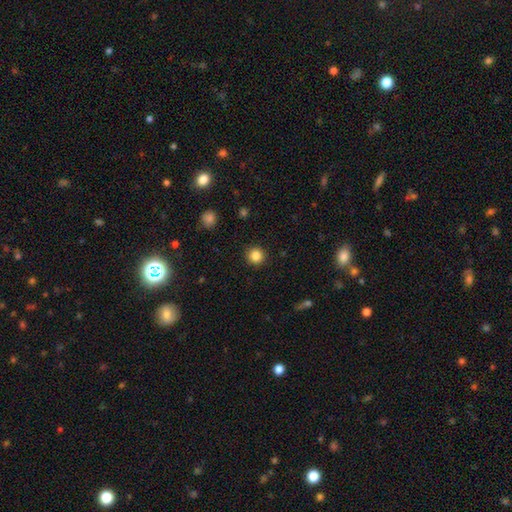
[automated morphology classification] A smooth galaxy with no disk features (85%) that is round (94%).

Vote fractions:
- Smooth or featured? smooth: 85% / star or artifact: 11% / featured or disk: 4%
- How rounded? round: 94% / in between: 5% / cigar-shaped: 1%
- Merging? none: 92% / minor disturbance: 5% / major disturbance: 2% / merger: 1%